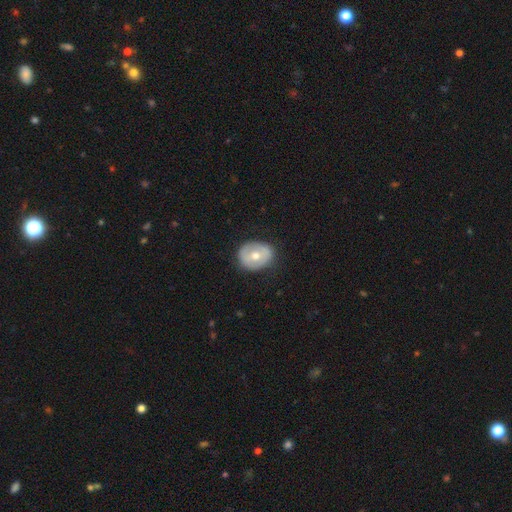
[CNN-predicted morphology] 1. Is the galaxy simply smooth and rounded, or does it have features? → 54% smooth, 39% featured or disk, 7% star or artifact.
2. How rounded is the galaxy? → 60% round, 39% in between, 1% cigar-shaped.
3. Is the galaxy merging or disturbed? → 80% none, 15% minor disturbance, 4% major disturbance, 1% merger.